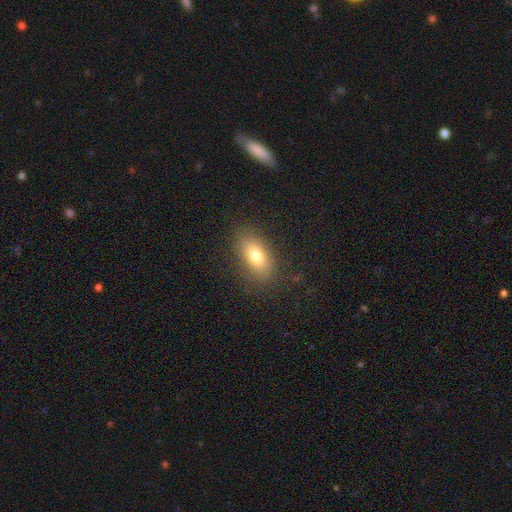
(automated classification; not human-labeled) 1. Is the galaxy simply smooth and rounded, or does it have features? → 75% smooth, 15% featured or disk, 10% star or artifact.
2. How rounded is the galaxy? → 85% in between, 9% round, 6% cigar-shaped.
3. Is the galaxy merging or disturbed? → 85% none, 10% minor disturbance, 4% major disturbance, 1% merger.